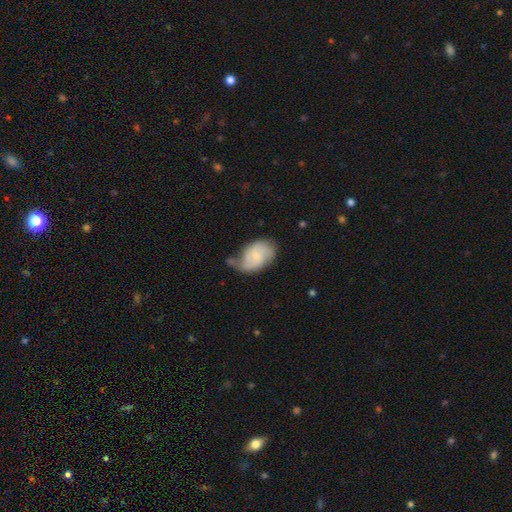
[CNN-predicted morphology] type=smooth (54%); roundness=in between (87%); merging=none (40%).